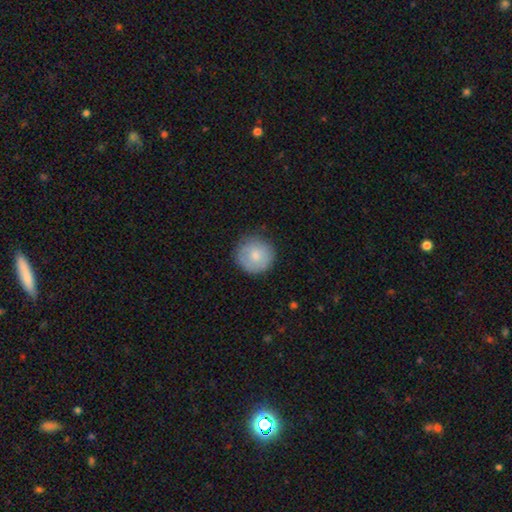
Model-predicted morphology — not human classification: This appears to be a smooth galaxy with no disk features (74%) that is round (94%). Merging: none (82%).